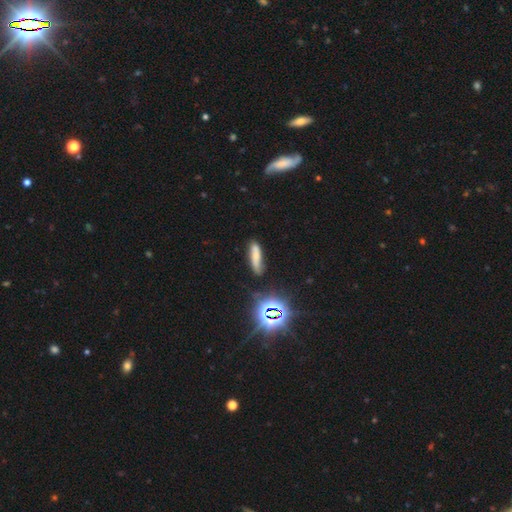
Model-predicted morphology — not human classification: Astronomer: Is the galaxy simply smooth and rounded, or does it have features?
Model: smooth — 64%.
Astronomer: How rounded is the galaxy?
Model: cigar-shaped — 72%.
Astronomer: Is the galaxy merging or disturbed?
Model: none — 73%.